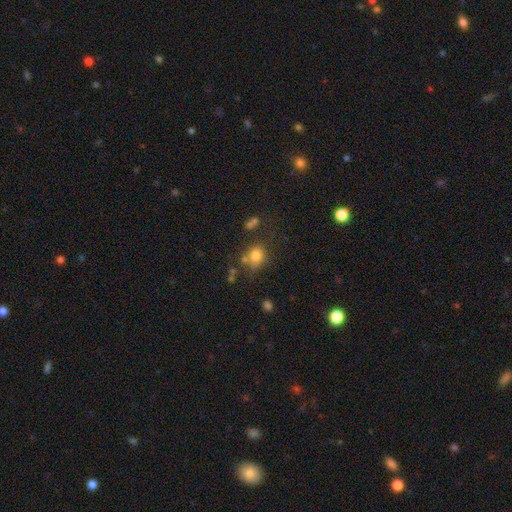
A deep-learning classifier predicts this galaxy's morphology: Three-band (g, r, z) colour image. It shows a smooth galaxy with no disk features (79%) that is round (69%). Merging: none (64%).